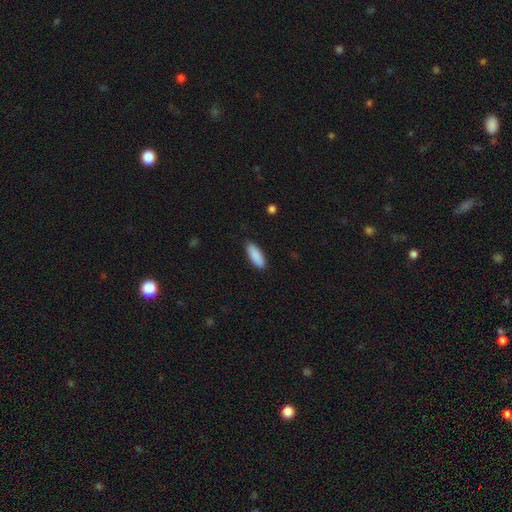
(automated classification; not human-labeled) The model was most divided on "how rounded": in between: 67%, cigar-shaped: 31%, round: 2%. More confident: smooth or featured — smooth (90%); merging — none (89%).